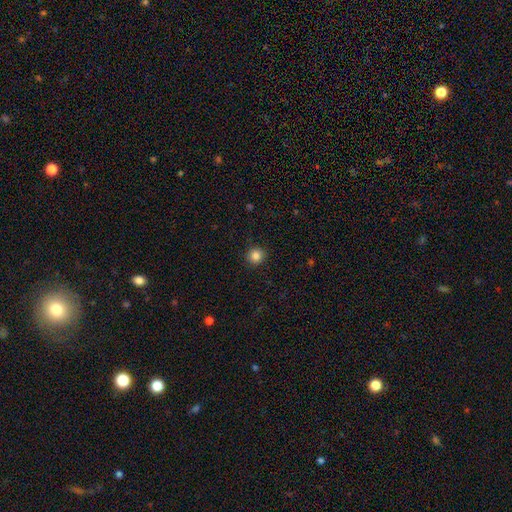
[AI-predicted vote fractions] Morphology: type=smooth (84%); roundness=round (92%); merging=none (92%).